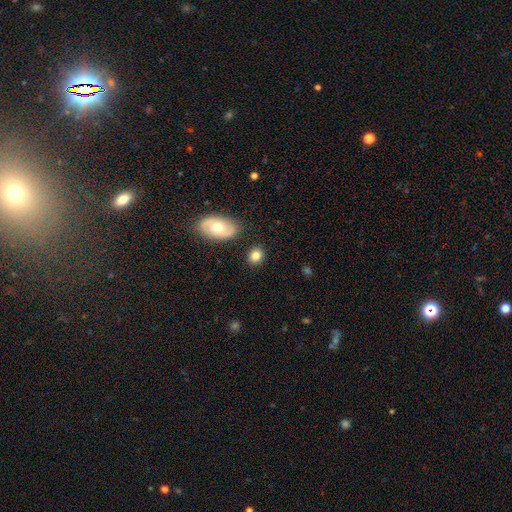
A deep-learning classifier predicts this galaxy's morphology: type=smooth (81%); roundness=round (51%); merging=none (84%).